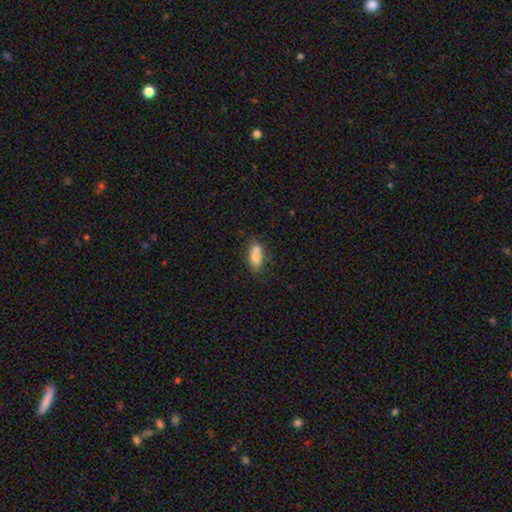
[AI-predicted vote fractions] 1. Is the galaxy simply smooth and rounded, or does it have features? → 75% smooth, 16% featured or disk, 8% star or artifact.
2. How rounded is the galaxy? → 83% in between, 11% cigar-shaped, 6% round.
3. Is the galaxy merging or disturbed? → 46% none, 35% merger, 15% minor disturbance, 5% major disturbance.